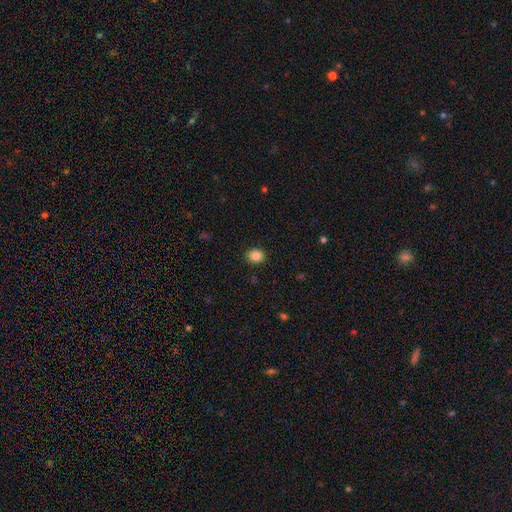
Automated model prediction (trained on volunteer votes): Morphology: type=smooth (86%); roundness=round (72%); merging=none (91%).